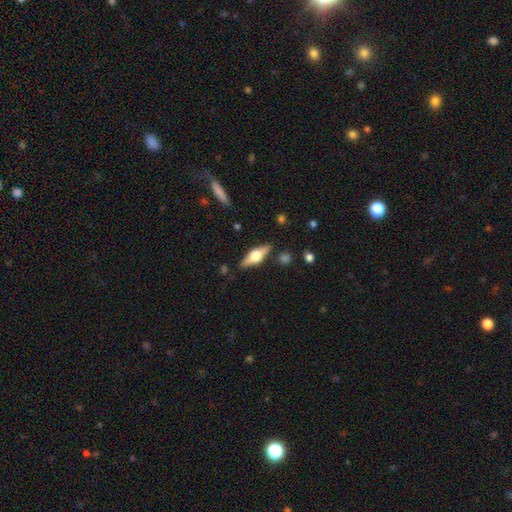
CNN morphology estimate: featured or disk 66%, smooth 28%, star or artifact 6%. Down the decision tree: edge-on disk — yes (95%); edge-on bulge — rounded (94%); merging — none (86%).